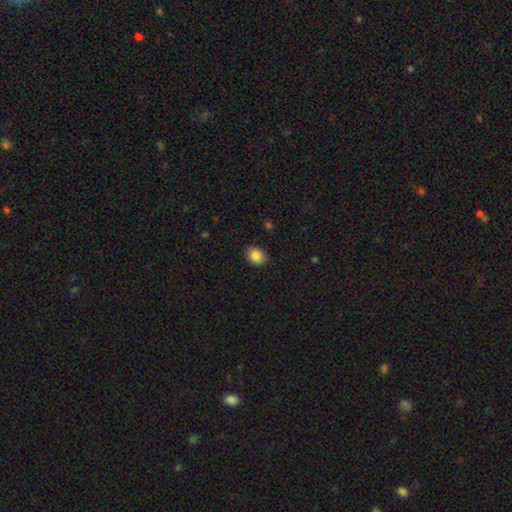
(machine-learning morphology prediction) Smooth or featured? Predicted: smooth (p=0.86). How rounded? Predicted: round (p=0.50). Merging? Predicted: none (p=0.88).